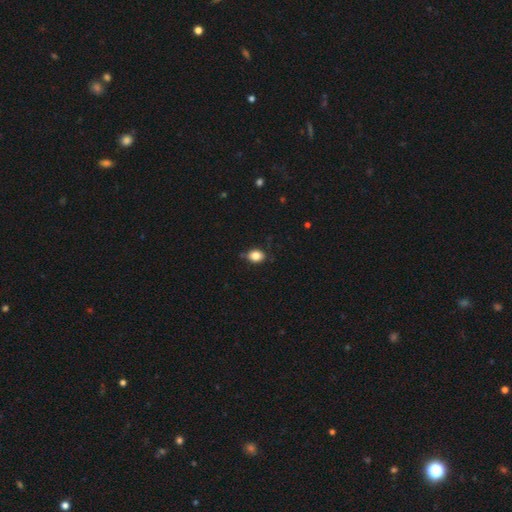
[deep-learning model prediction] This appears to be a smooth galaxy with no disk features (84%) that is in between round and cigar-shaped (63%). Merging: none (77%).